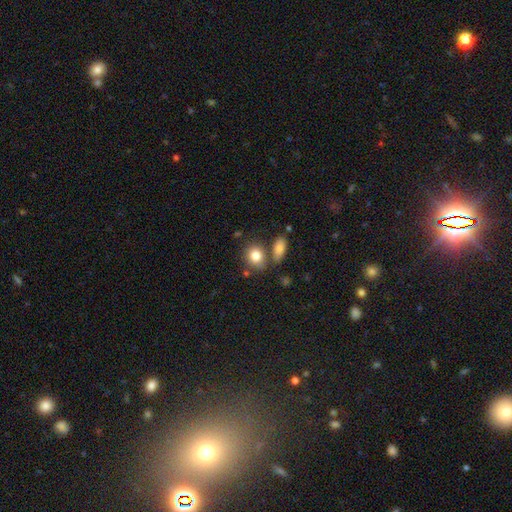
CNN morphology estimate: Q: Smooth or featured?
A: smooth (82%); runner-up: featured or disk (9%)
Q: How rounded?
A: round (53%); runner-up: in between (46%)
Q: Merging?
A: none (63%); runner-up: merger (19%)